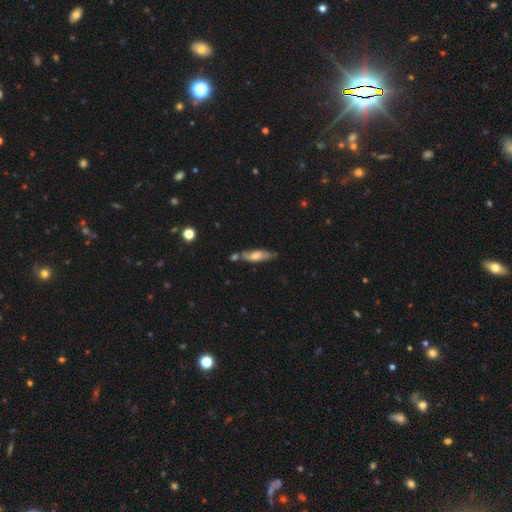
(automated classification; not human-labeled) Morphology: type=smooth (51%); roundness=cigar-shaped (57%); merging=none (63%).